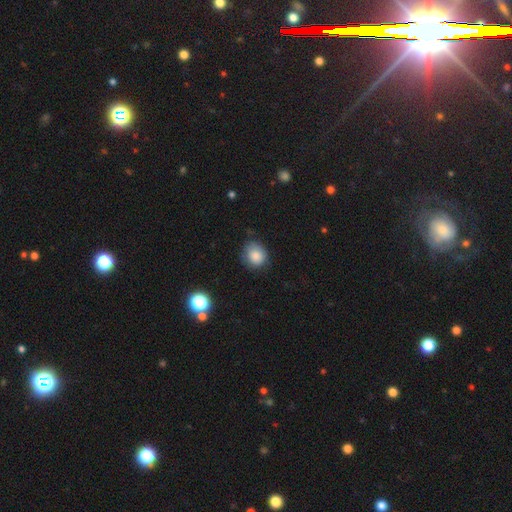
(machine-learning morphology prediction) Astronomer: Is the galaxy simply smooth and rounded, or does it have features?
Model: smooth — 84%.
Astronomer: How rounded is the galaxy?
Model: round — 76%.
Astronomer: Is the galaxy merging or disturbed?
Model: none — 72%.